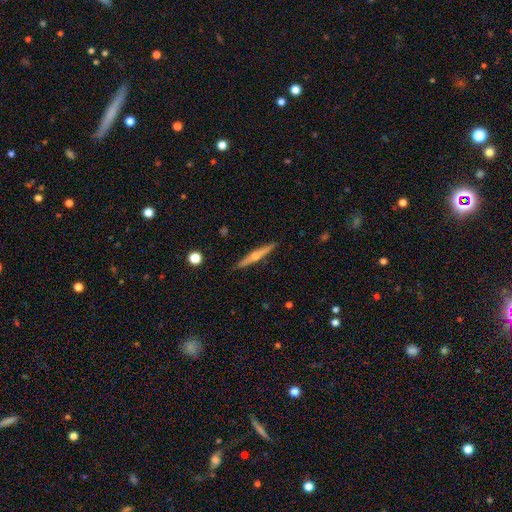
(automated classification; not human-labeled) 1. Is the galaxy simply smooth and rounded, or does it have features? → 72% featured or disk, 22% smooth, 6% star or artifact.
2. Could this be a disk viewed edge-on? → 98% yes, 2% no.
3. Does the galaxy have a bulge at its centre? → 89% rounded, 7% none, 4% boxy.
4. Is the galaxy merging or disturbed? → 91% none, 6% minor disturbance, 1% major disturbance, 1% merger.